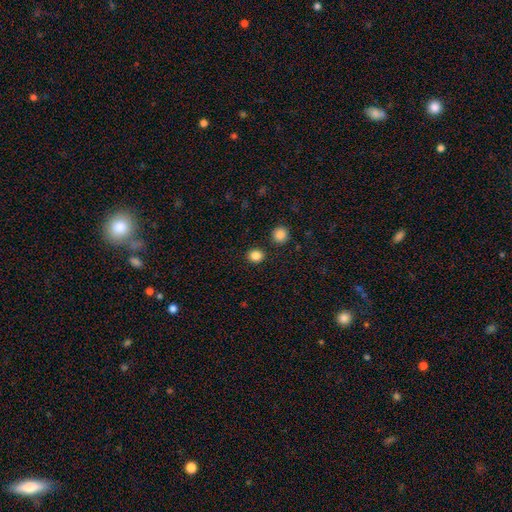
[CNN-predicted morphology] Smooth or featured?
  - smooth: 85% *
  - star or artifact: 11%
  - featured or disk: 4%
How rounded?
  - round: 80% *
  - in between: 19%
  - cigar-shaped: 1%
Merging?
  - none: 88% *
  - minor disturbance: 6%
  - merger: 4%
  - major disturbance: 2%